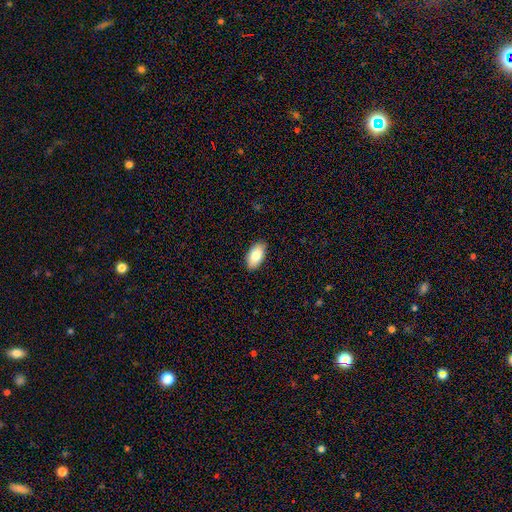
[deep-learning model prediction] Overall: smooth (84%). How rounded: in between (95%). Merging: none (89%).